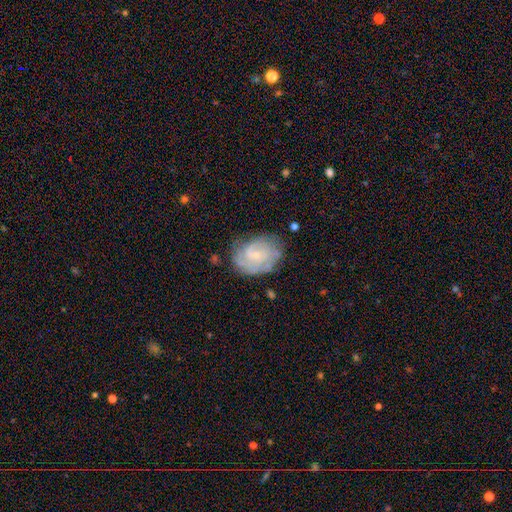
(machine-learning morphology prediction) This appears to be a featured or disk galaxy (71%) with no bar (64%), tight (59%) spiral arms (88%) and a small central bulge (73%). Merging: none (68%).